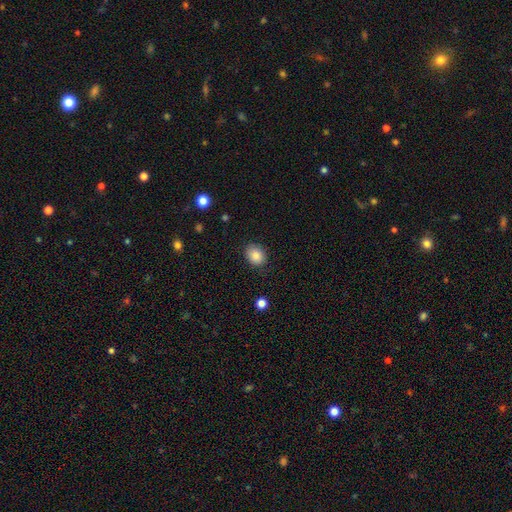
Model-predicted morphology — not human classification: Smooth or featured? Predicted: smooth (p=0.86). How rounded? Predicted: in between (p=0.52). Merging? Predicted: none (p=0.83).